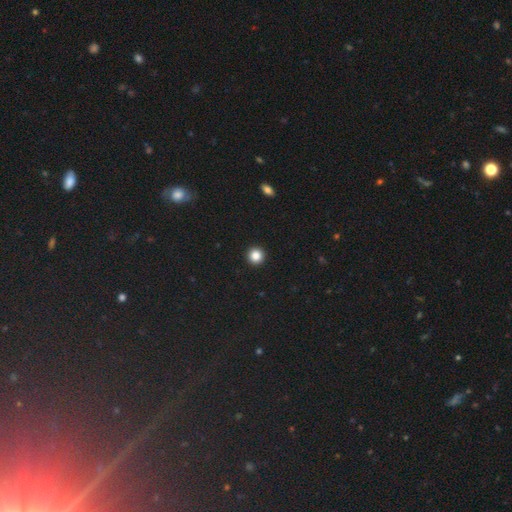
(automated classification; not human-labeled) The model was most divided on "smooth or featured": smooth: 85%, star or artifact: 11%, featured or disk: 4%. More confident: how rounded — round (95%); merging — none (94%).